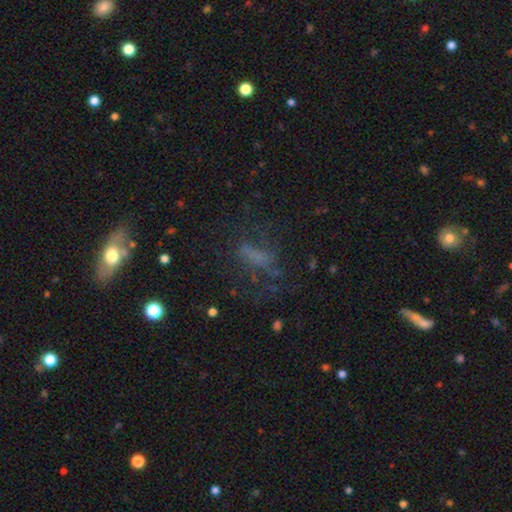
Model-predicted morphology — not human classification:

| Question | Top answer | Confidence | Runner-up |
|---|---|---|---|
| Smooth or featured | smooth | 38% | featured or disk (34%) |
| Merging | none | 49% | major disturbance (28%) |